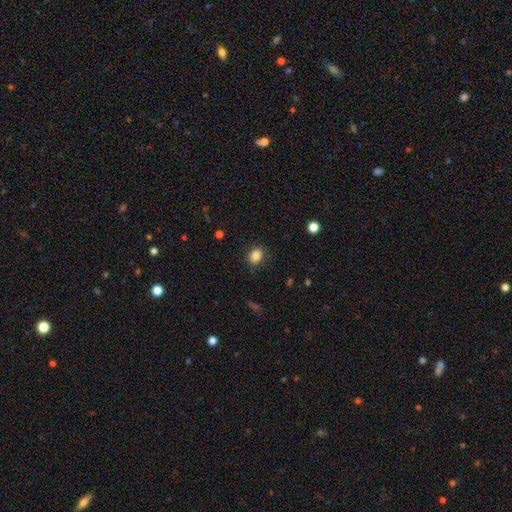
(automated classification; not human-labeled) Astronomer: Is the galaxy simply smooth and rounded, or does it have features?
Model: smooth — 85%.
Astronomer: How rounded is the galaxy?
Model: in between — 61% (runner-up: round, 38%).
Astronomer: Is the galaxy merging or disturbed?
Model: none — 84%.